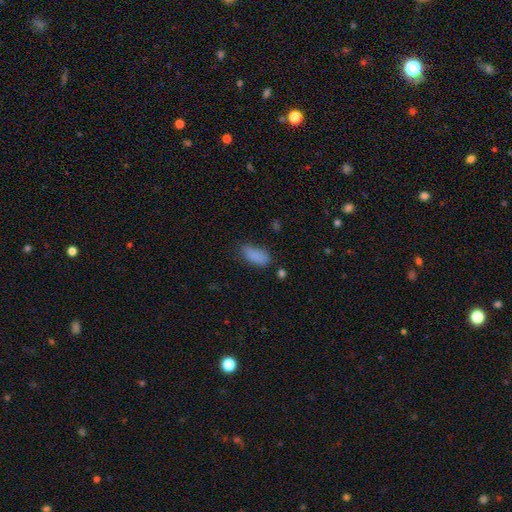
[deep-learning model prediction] Q: Smooth or featured?
A: smooth (86%); runner-up: star or artifact (9%)
Q: How rounded?
A: in between (87%); runner-up: cigar-shaped (10%)
Q: Merging?
A: none (65%); runner-up: minor disturbance (25%)